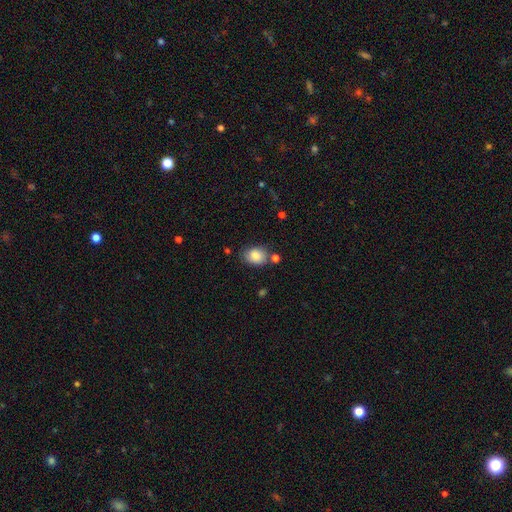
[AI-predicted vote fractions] Smooth or featured?
  - smooth: 85% *
  - star or artifact: 8%
  - featured or disk: 7%
How rounded?
  - in between: 70% *
  - round: 29%
  - cigar-shaped: 1%
Merging?
  - none: 70% *
  - minor disturbance: 18%
  - merger: 8%
  - major disturbance: 4%